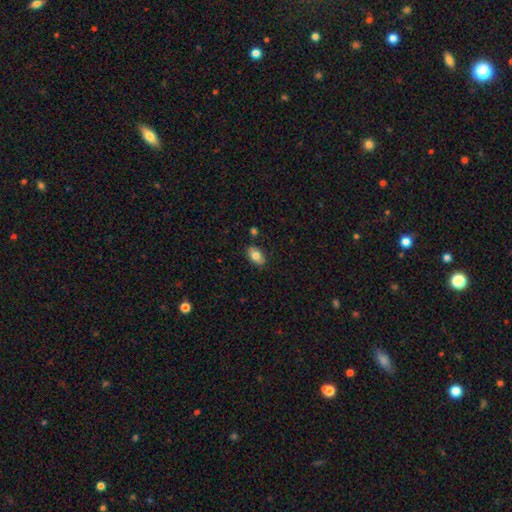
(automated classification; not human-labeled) This appears to be a smooth galaxy with no disk features (77%) that is in between round and cigar-shaped (90%). Merging: none (84%).